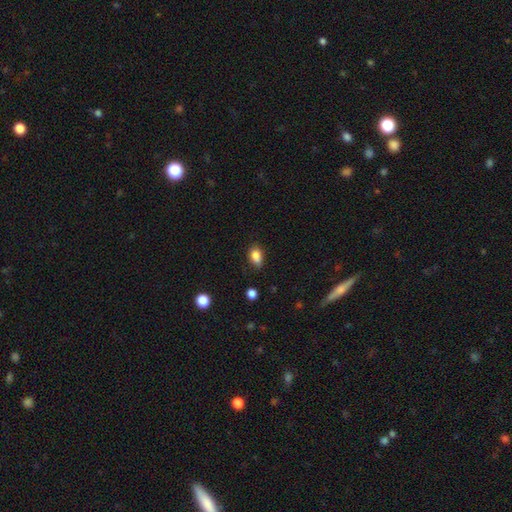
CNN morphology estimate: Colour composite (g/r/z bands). It shows a smooth galaxy with no disk features (84%) that is in between round and cigar-shaped (80%). Merging: none (63%).